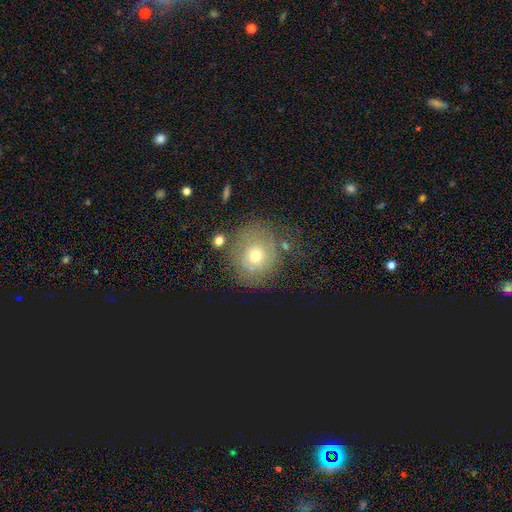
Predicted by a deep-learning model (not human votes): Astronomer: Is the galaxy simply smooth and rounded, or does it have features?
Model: smooth — 57%.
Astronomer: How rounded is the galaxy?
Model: round — 86%.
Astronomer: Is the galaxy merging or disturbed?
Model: none — 68%.